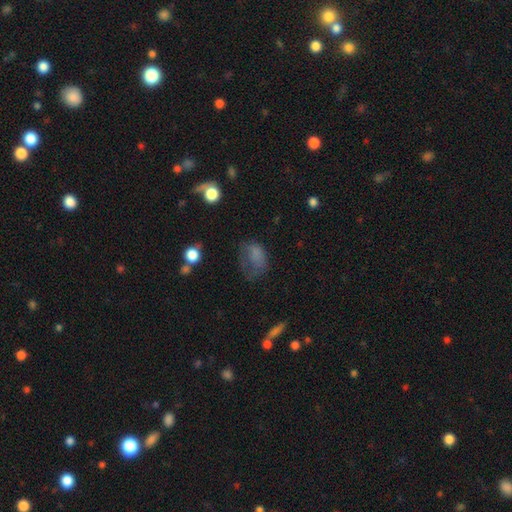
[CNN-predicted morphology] The model was most divided on "merging": major disturbance: 42%, none: 30%, minor disturbance: 25%, merger: 3%. More confident: how rounded — in between (77%); smooth or featured — smooth (66%).